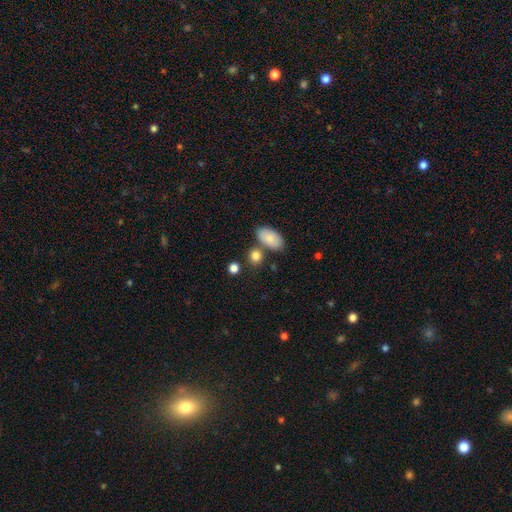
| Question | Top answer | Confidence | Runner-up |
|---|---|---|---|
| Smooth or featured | smooth | 82% | star or artifact (10%) |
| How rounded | round | 84% | in between (16%) |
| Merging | none | 77% | minor disturbance (11%) |